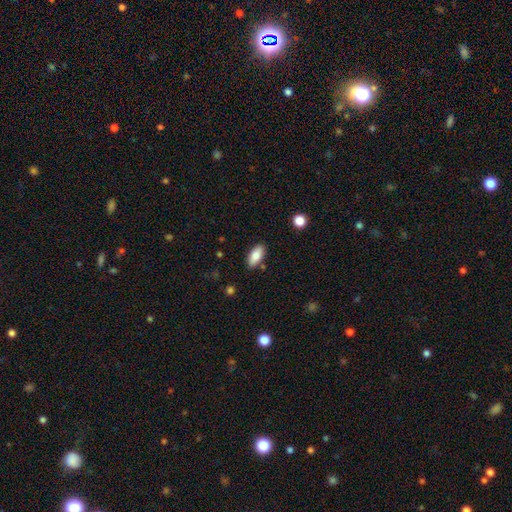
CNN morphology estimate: smooth 83%, featured or disk 10%, star or artifact 7%. Down the decision tree: how rounded — in between (90%); merging — none (84%).